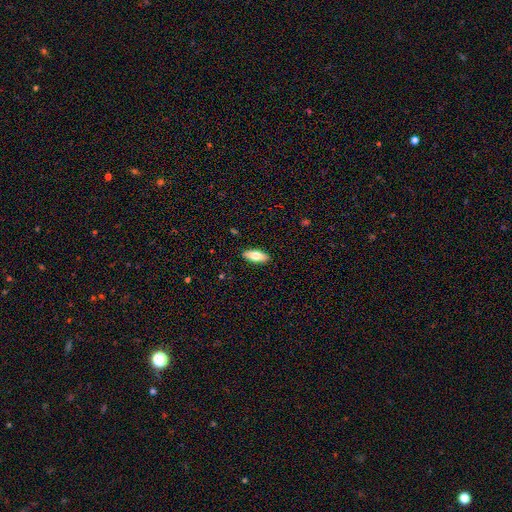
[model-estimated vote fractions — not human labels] This appears to be a smooth galaxy with no disk features (73%) that is in between round and cigar-shaped (76%). Merging: none (90%).